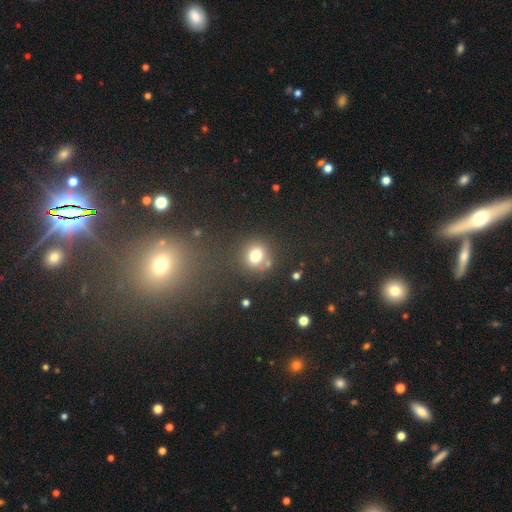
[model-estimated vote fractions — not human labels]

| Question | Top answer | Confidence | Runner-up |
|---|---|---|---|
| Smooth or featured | smooth | 74% | star or artifact (17%) |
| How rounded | round | 81% | in between (18%) |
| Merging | none | 73% | minor disturbance (12%) |